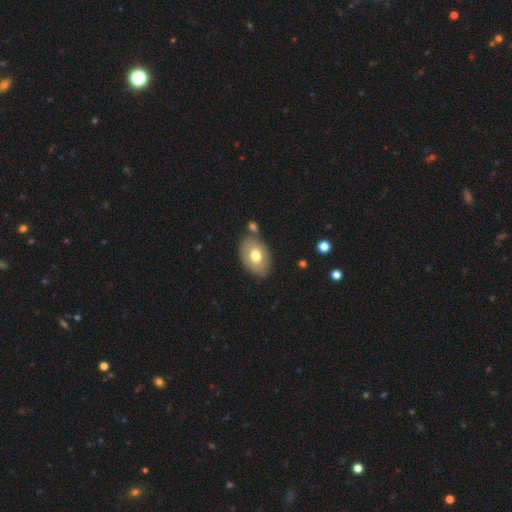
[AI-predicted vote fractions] This appears to be a smooth galaxy with no disk features (69%) that is in between round and cigar-shaped (85%). Merging: none (69%).